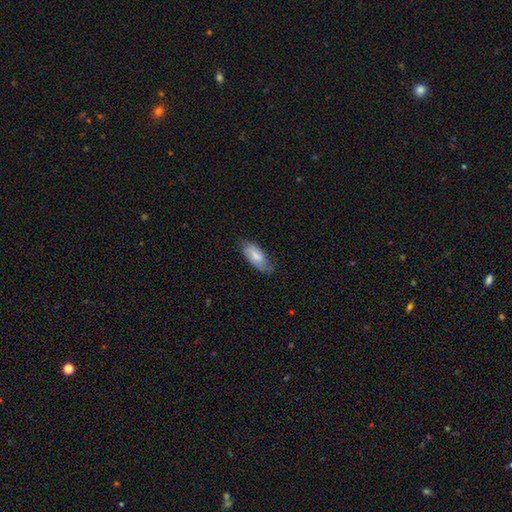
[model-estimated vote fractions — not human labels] Smooth or featured?
  - smooth: 56% *
  - featured or disk: 38%
  - star or artifact: 6%
How rounded?
  - in between: 84% *
  - cigar-shaped: 13%
  - round: 2%
Merging?
  - none: 70% *
  - minor disturbance: 23%
  - major disturbance: 5%
  - merger: 1%